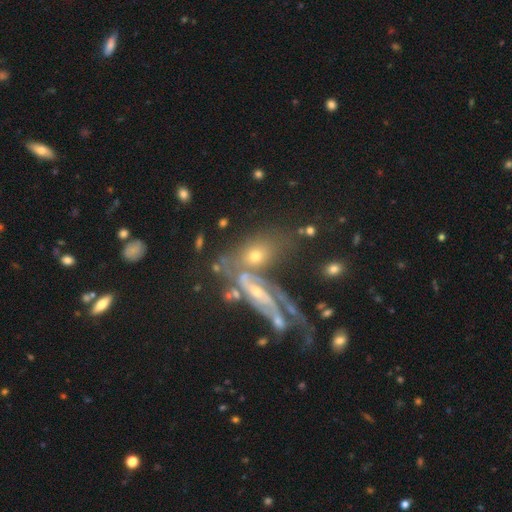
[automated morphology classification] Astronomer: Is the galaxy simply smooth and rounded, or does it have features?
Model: smooth — 45% (runner-up: featured or disk, 43%).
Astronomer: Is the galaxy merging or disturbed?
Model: none — 40% (runner-up: merger, 35%).